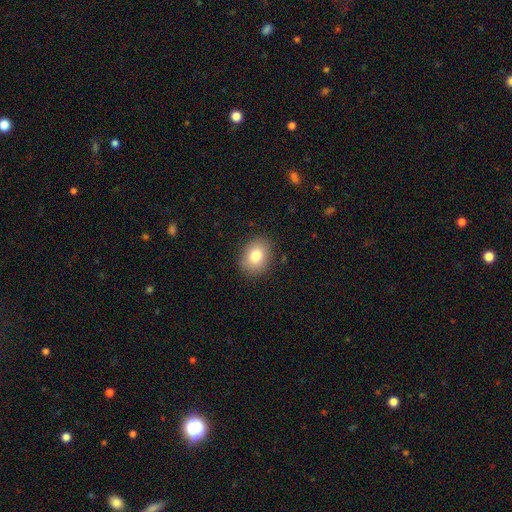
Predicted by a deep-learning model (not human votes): Smooth or featured?
  - smooth: 80% *
  - featured or disk: 10%
  - star or artifact: 9%
How rounded?
  - in between: 55% *
  - round: 45%
  - cigar-shaped: 1%
Merging?
  - none: 86% *
  - minor disturbance: 10%
  - major disturbance: 3%
  - merger: 1%